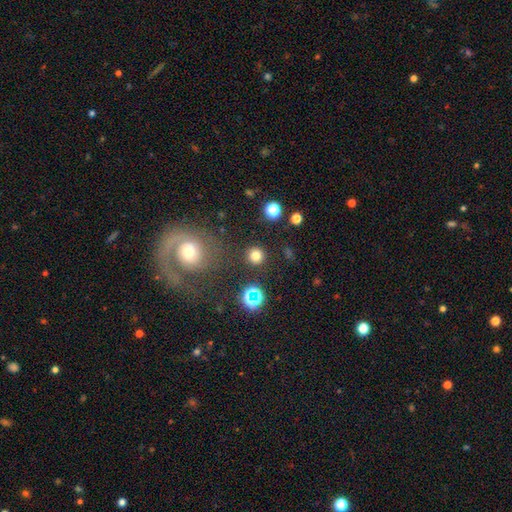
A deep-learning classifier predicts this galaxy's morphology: The model was most divided on "smooth or featured": smooth: 78%, star or artifact: 17%, featured or disk: 6%. More confident: how rounded — round (93%); merging — none (88%).